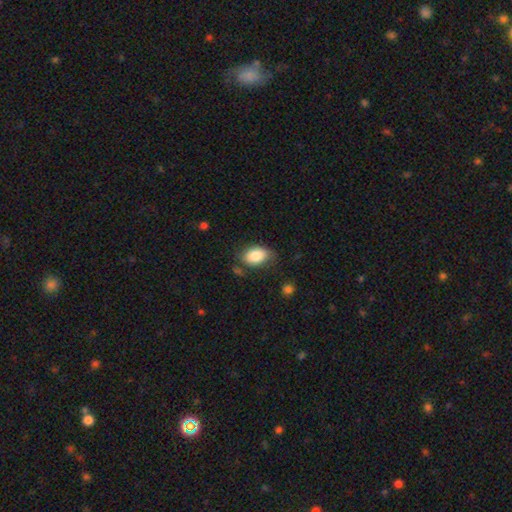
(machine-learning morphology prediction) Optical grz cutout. It shows a smooth galaxy with no disk features (84%) that is in between round and cigar-shaped (87%). Merging: none (71%).